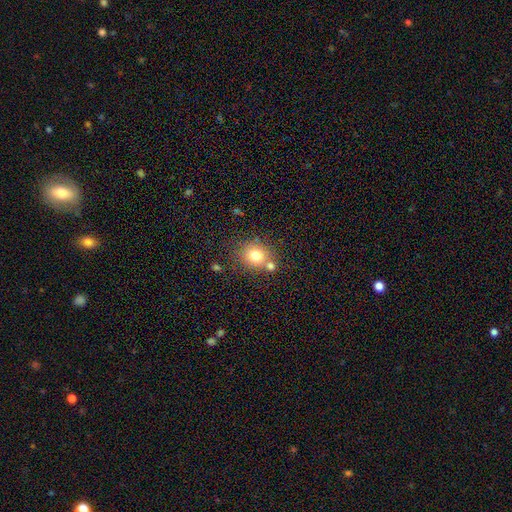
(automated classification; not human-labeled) Q: Smooth or featured?
A: smooth (77%); runner-up: star or artifact (12%)
Q: How rounded?
A: round (78%); runner-up: in between (21%)
Q: Merging?
A: none (66%); runner-up: merger (19%)